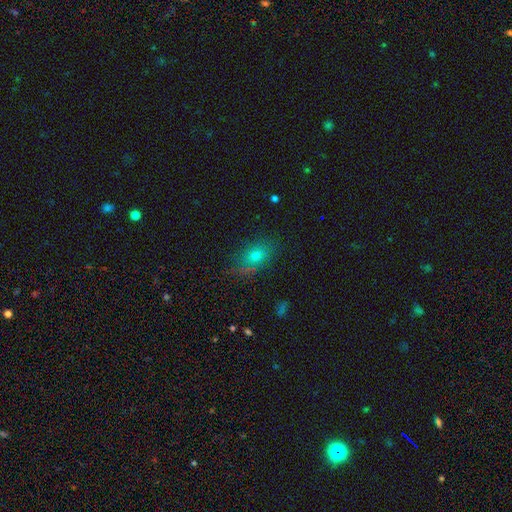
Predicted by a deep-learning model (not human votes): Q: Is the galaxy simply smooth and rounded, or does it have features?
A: smooth — 66%.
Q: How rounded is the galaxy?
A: in between — 72%.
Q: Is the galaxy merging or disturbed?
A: none — 70%.